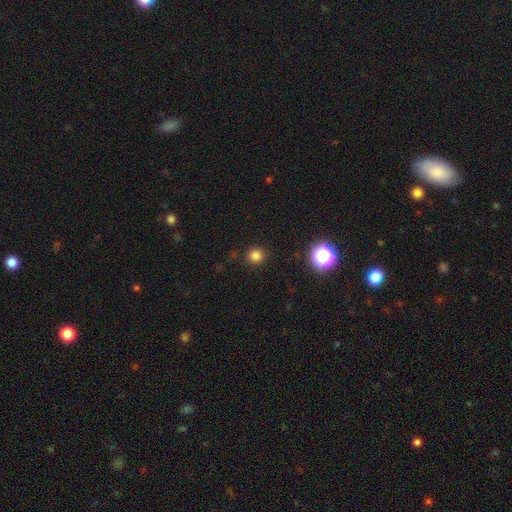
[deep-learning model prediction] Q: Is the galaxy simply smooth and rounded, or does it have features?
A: smooth — 80%.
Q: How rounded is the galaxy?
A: round — 93%.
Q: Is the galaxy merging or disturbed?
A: none — 91%.